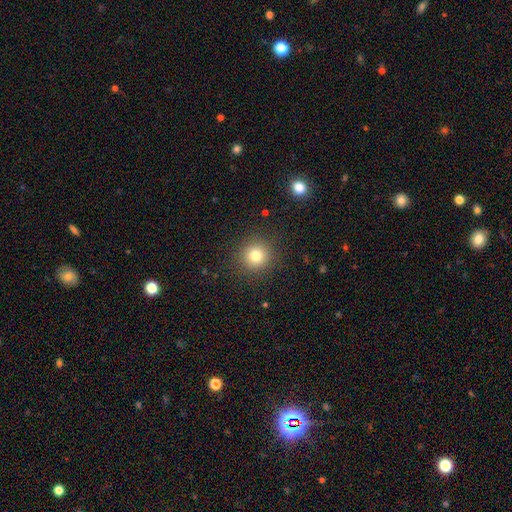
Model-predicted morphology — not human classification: smooth 78%, star or artifact 13%, featured or disk 8%. Down the decision tree: how rounded — round (94%); merging — none (90%).